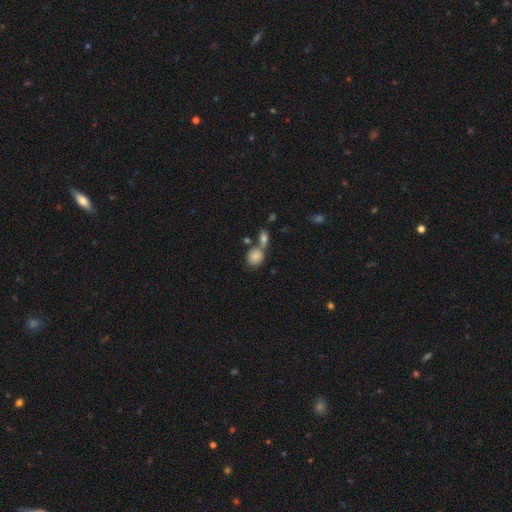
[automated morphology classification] smooth_or_featured: smooth (p=0.84) [alt: star or artifact p=0.08]
how_rounded: round (p=0.69) [alt: in between p=0.29]
merging: merger (p=0.43) [alt: none p=0.42]